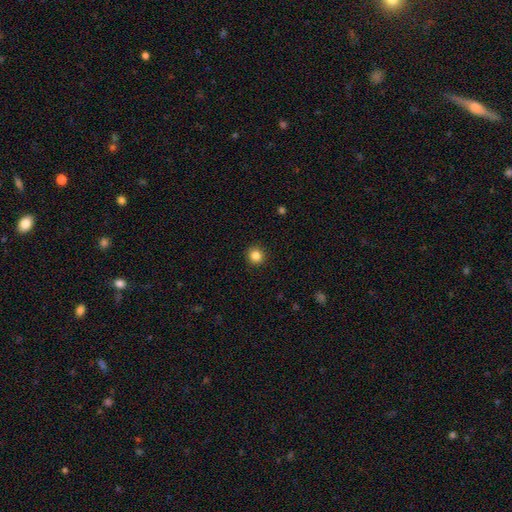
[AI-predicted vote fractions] Q: Smooth or featured?
A: smooth (84%); runner-up: star or artifact (11%)
Q: How rounded?
A: round (94%); runner-up: in between (5%)
Q: Merging?
A: none (93%); runner-up: minor disturbance (5%)